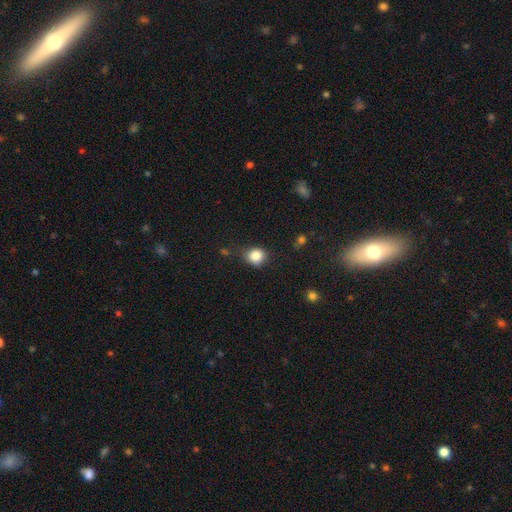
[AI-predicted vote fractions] smooth-or-featured: smooth: 84% | star or artifact: 10% | featured or disk: 5%
  how-rounded: round: 75% | in between: 24% | cigar-shaped: 1%
  merging: none: 72% | minor disturbance: 20% | major disturbance: 5% | merger: 3%